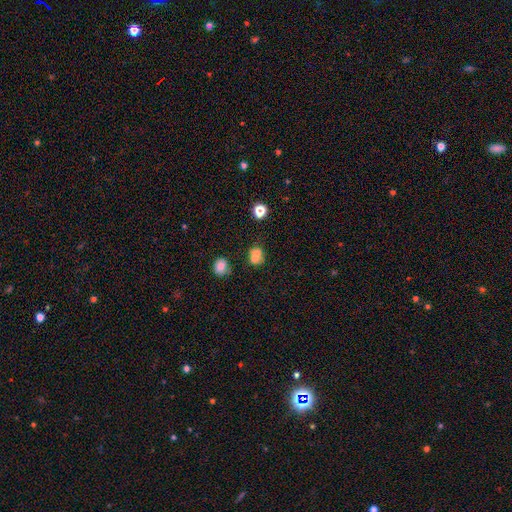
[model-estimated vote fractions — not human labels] Smooth or featured: smooth — 72% (star or artifact — 16%)
How rounded: in between — 51% (round — 47%)
Merging: none — 55% (merger — 20%)